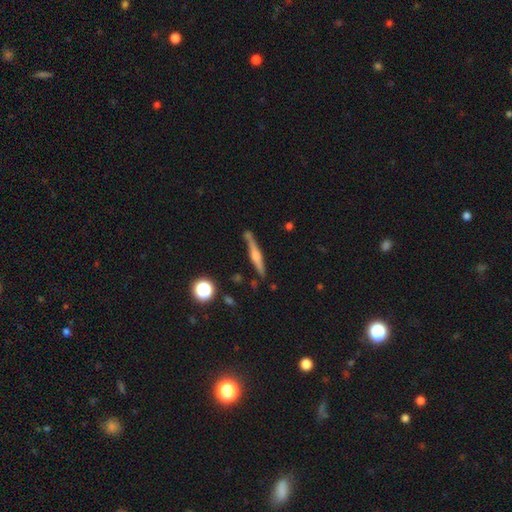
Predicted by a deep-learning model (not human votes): Smooth or featured? featured or disk (64%)
Edge-on disk? yes (96%)
Edge-on bulge? rounded (75%)
Merging? none (78%)